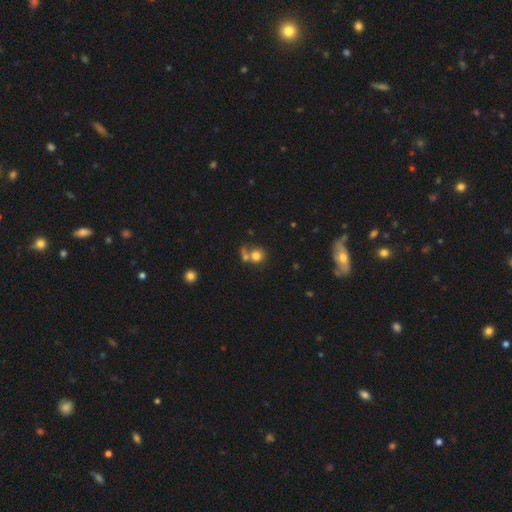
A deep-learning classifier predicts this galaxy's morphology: smooth_or_featured: smooth (p=0.77) [alt: star or artifact p=0.12]
how_rounded: round (p=0.85) [alt: in between p=0.14]
merging: none (p=0.46) [alt: merger p=0.37]